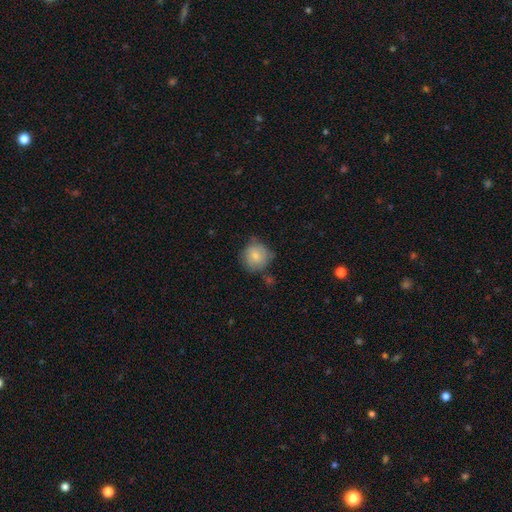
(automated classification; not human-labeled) Overall: smooth (76%). How rounded: round (89%). Merging: none (62%; minor disturbance 27%).